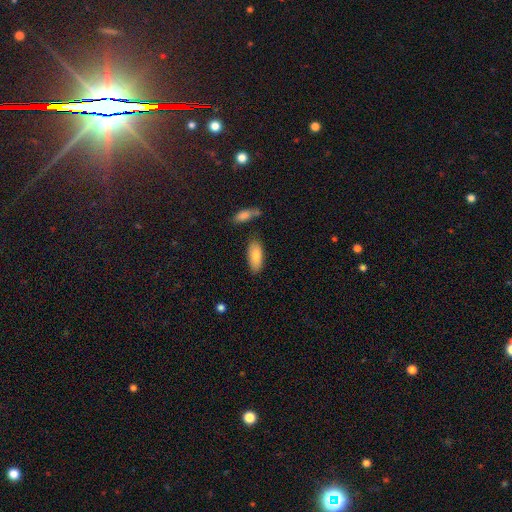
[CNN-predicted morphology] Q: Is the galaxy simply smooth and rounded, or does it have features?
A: smooth — 83%.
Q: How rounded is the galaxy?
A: in between — 84%.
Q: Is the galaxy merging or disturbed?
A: none — 76%.